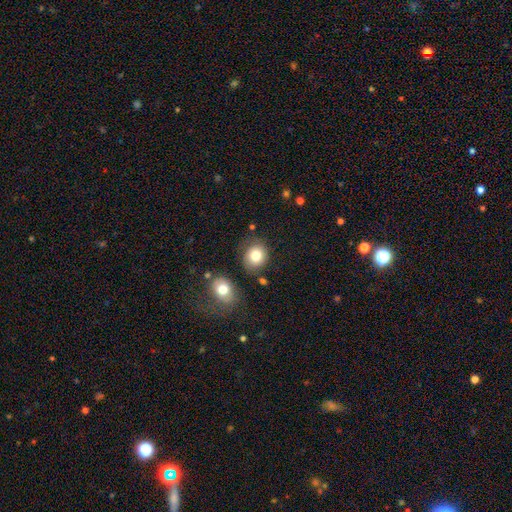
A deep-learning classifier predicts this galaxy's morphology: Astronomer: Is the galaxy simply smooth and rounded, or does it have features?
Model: smooth — 80%.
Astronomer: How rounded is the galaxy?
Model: round — 65%.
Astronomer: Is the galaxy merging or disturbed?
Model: none — 74%.